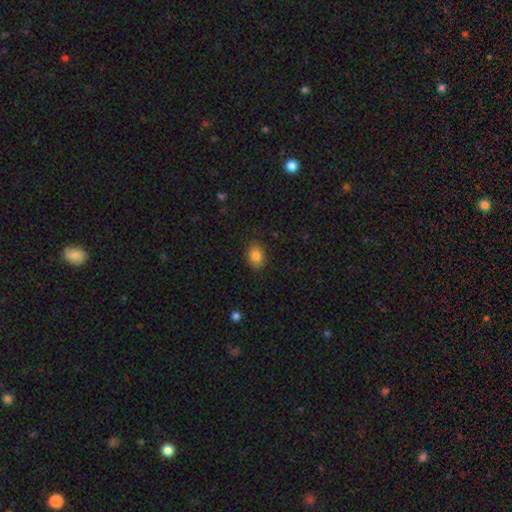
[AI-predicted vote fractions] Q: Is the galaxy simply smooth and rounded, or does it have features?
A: smooth — 85%.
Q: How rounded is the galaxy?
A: in between — 68%.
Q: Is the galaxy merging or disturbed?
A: none — 86%.